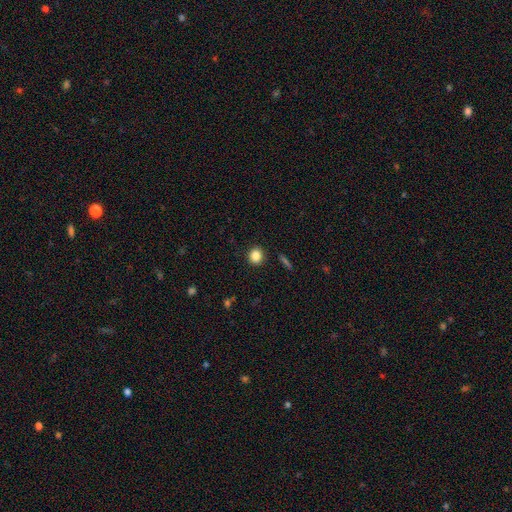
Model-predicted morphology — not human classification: This appears to be a smooth galaxy with no disk features (85%) that is round (87%). Merging: none (91%).